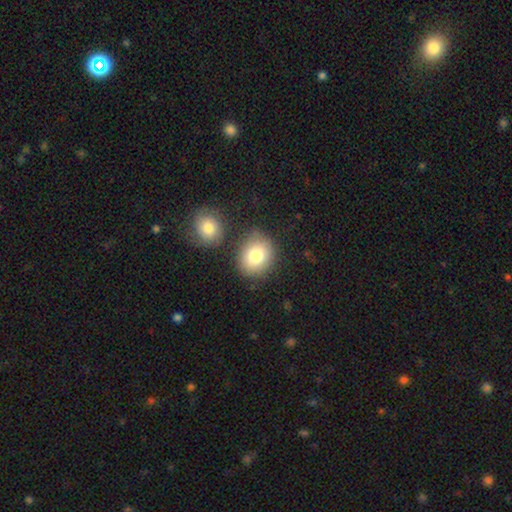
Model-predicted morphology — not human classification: Smooth or featured? Predicted: smooth (p=0.83). How rounded? Predicted: round (p=0.65). Merging? Predicted: none (p=0.75).